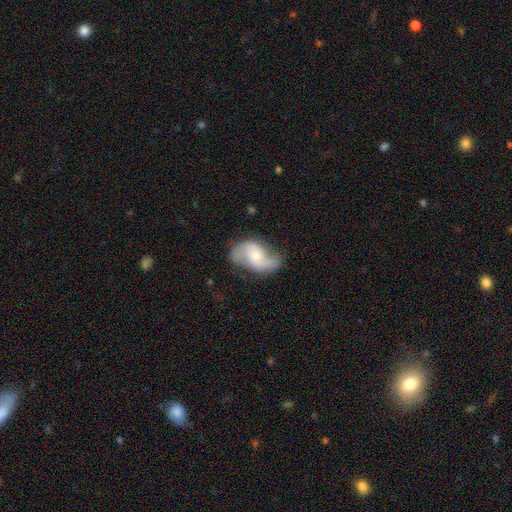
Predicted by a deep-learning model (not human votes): smooth-or-featured: featured or disk: 74% | smooth: 20% | star or artifact: 6%
  disk-edge-on: no: 97% | yes: 3%
    bar: no: 58% | weak: 33% | strong: 9%
    has-spiral-arms: yes: 92% | no: 8%
      spiral-winding: loose: 57% | medium: 33% | tight: 10%
      spiral-arm-count: 2: 89% | can't tell: 5% | 1: 3% | 3: 1% | 4: 1% | more than 4: 1%
    bulge-size: small: 48% | moderate: 44% | large: 4% | none: 3% | dominant: 1%
  merging: none: 64% | minor disturbance: 23% | major disturbance: 10% | merger: 2%